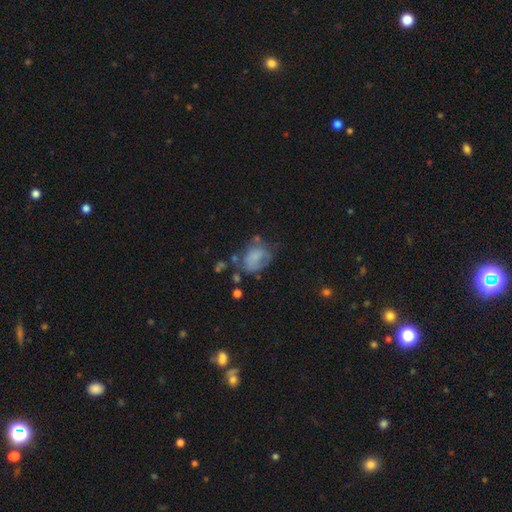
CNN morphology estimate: Smooth or featured?
  - smooth: 63% *
  - featured or disk: 27%
  - star or artifact: 10%
How rounded?
  - in between: 63% *
  - round: 35%
  - cigar-shaped: 1%
Merging?
  - none: 35% *
  - minor disturbance: 29%
  - major disturbance: 28%
  - merger: 7%